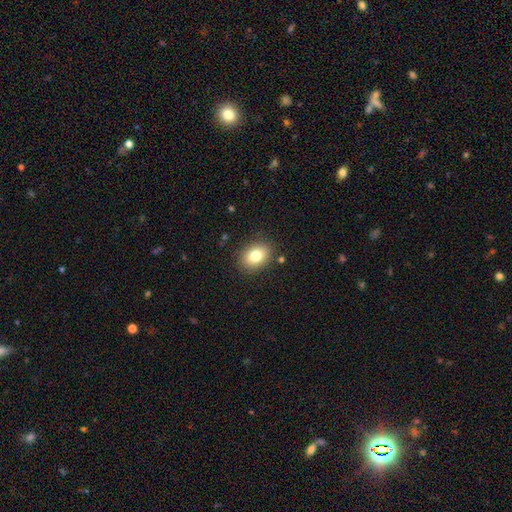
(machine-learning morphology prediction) smooth-or-featured: smooth: 80% | featured or disk: 10% | star or artifact: 10%
  how-rounded: in between: 66% | round: 33% | cigar-shaped: 1%
  merging: none: 87% | minor disturbance: 9% | major disturbance: 3% | merger: 2%